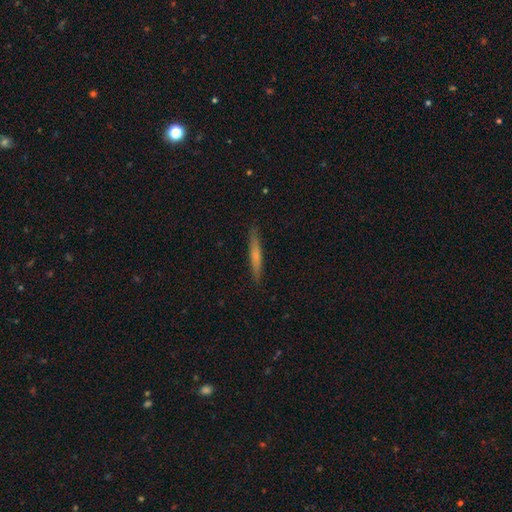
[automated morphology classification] Overall: smooth (57%; featured or disk 36%). How rounded: cigar-shaped (95%). Merging: none (91%).